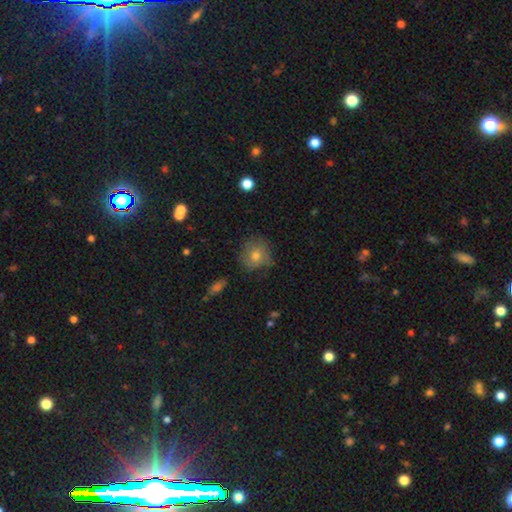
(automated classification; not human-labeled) This is likely a smooth galaxy (71%). How rounded: clearly round (82%). Merging: likely none (65%).